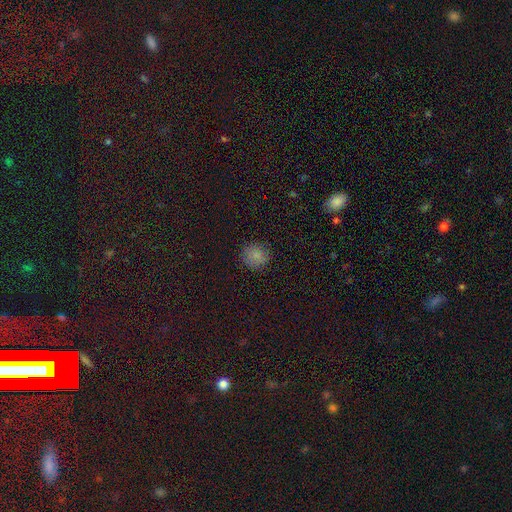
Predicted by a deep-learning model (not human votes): The model was most divided on "smooth or featured": smooth: 80%, star or artifact: 14%, featured or disk: 6%. More confident: how rounded — round (87%); merging — none (86%).